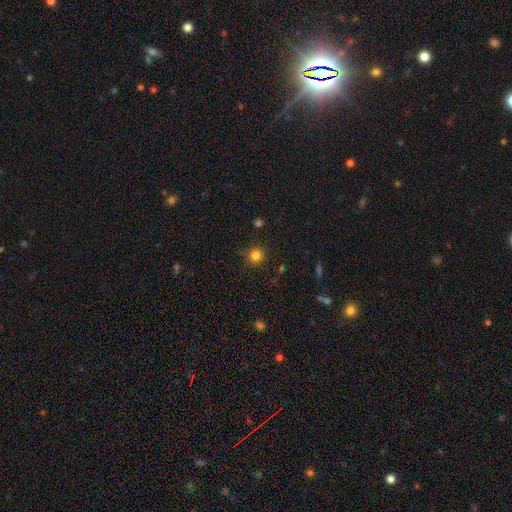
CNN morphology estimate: smooth 82%, star or artifact 14%, featured or disk 4%. Down the decision tree: how rounded — round (93%); merging — none (88%).